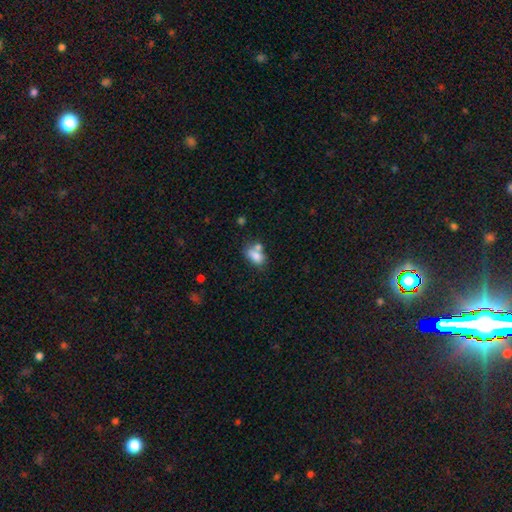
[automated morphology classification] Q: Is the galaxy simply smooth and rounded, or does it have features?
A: smooth — 77%.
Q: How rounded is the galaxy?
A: in between — 83%.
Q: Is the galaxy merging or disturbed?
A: none — 41%.